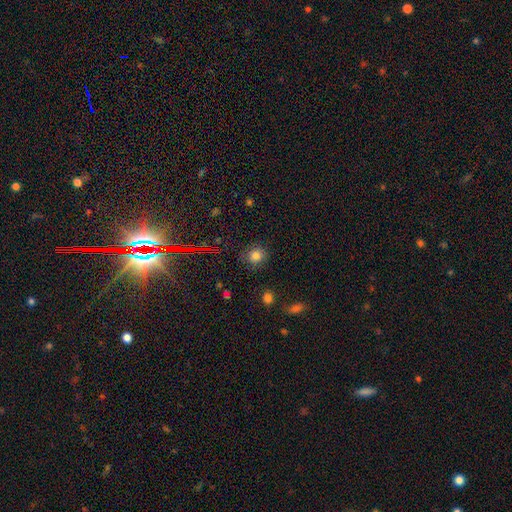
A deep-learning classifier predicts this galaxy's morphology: A smooth galaxy with no disk features (77%) that is round (86%). Merging: none (83%).